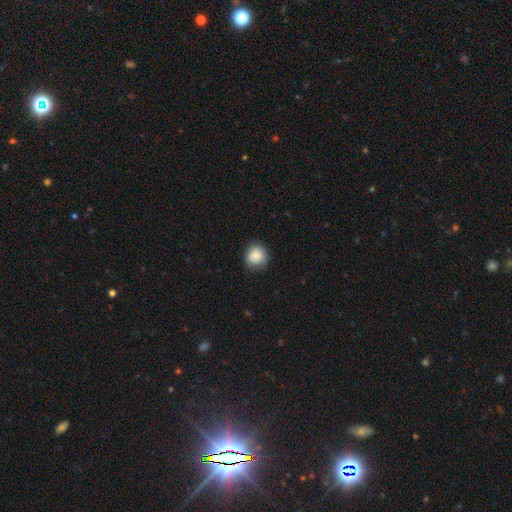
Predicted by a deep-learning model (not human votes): smooth_or_featured: smooth (p=0.84) [alt: star or artifact p=0.08]
how_rounded: round (p=0.88) [alt: in between p=0.11]
merging: none (p=0.83) [alt: minor disturbance p=0.13]